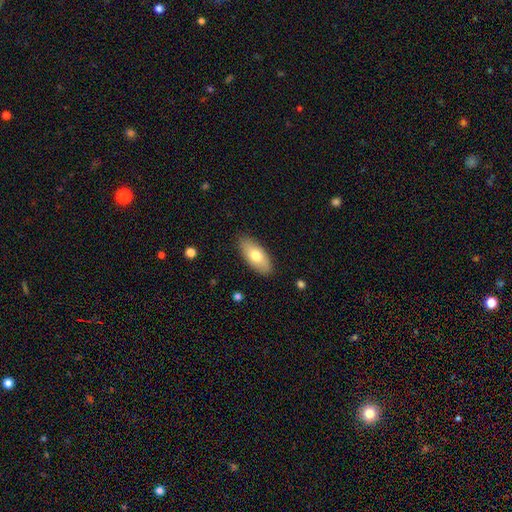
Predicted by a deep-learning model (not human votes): The model was most divided on "smooth or featured": smooth: 72%, featured or disk: 22%, star or artifact: 6%. More confident: how rounded — in between (88%); merging — none (87%).